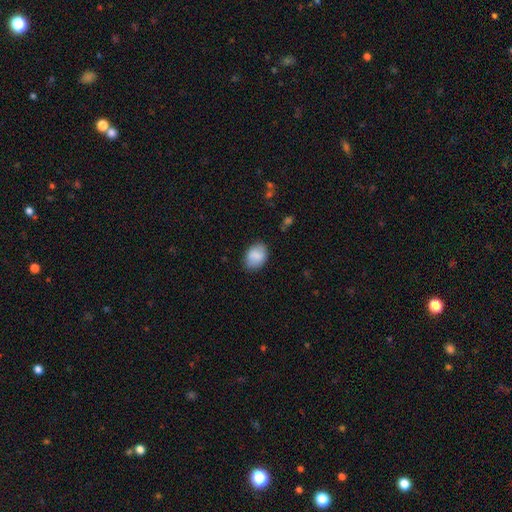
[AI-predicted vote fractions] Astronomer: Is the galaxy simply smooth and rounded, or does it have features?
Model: smooth — 84%.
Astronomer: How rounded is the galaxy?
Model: in between — 76%.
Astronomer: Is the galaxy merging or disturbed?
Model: none — 80%.